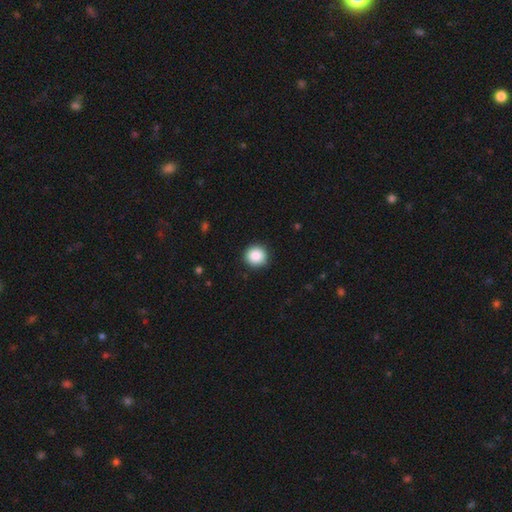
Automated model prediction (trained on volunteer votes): Morphology: type=smooth (88%); roundness=round (94%); merging=none (91%).